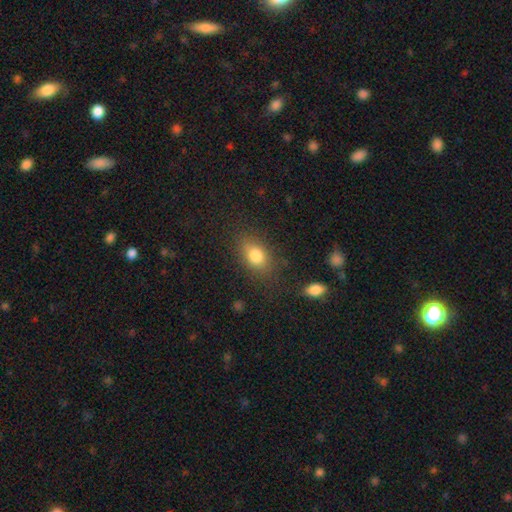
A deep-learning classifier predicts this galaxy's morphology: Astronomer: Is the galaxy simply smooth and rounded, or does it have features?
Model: smooth — 81%.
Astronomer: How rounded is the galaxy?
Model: in between — 77%.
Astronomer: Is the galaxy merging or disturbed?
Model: none — 79%.